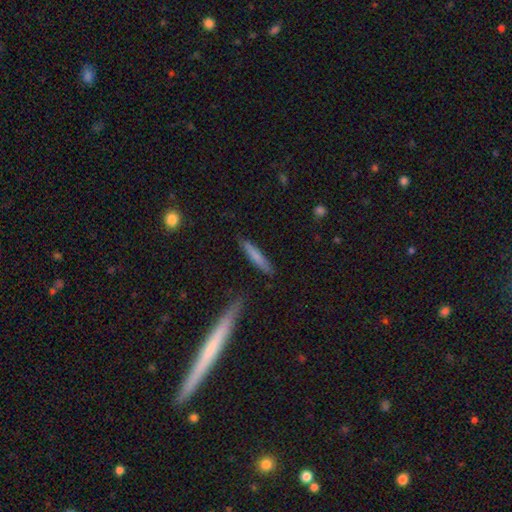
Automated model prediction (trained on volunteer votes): smooth_or_featured: smooth (p=0.74) [alt: featured or disk p=0.21]
how_rounded: cigar-shaped (p=0.90) [alt: in between p=0.09]
merging: none (p=0.85) [alt: minor disturbance p=0.11]